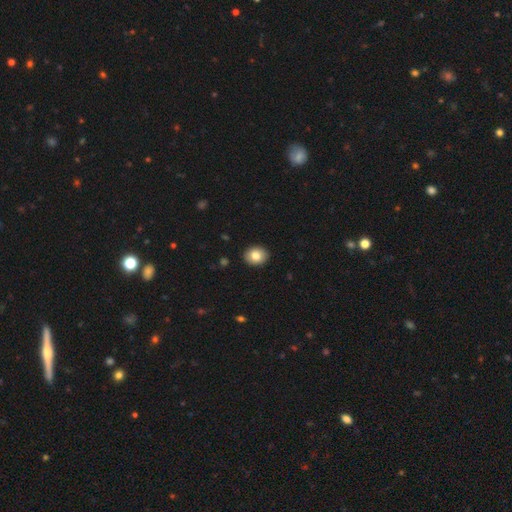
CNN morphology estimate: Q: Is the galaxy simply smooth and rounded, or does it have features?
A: smooth — 83%.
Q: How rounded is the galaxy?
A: round — 61%.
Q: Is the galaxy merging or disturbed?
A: none — 92%.